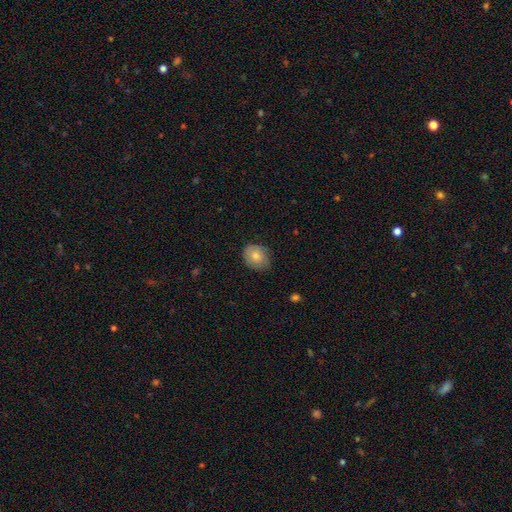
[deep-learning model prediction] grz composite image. It shows a smooth galaxy with no disk features (77%) that is round (53%). Merging: none (72%).